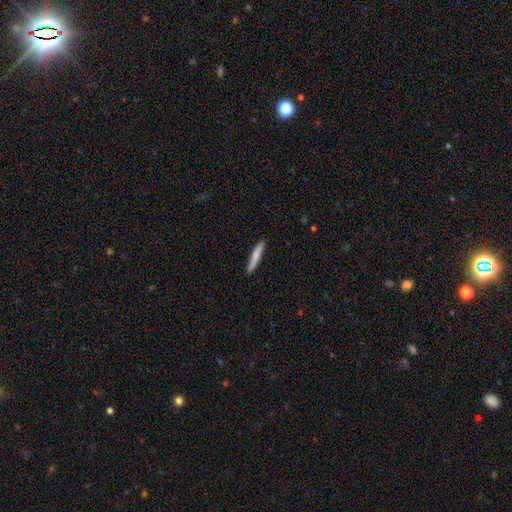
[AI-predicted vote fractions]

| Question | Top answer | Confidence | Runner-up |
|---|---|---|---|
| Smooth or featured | smooth | 76% | featured or disk (19%) |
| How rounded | cigar-shaped | 94% | in between (5%) |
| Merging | none | 89% | minor disturbance (9%) |